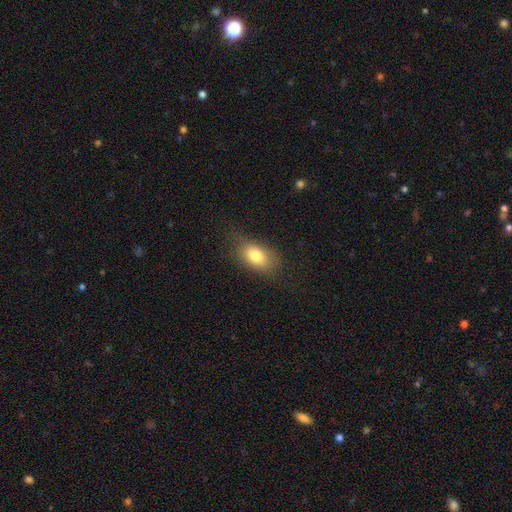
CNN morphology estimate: This appears to be a smooth galaxy with no disk features (77%) that is in between round and cigar-shaped (85%). Merging: none (70%).